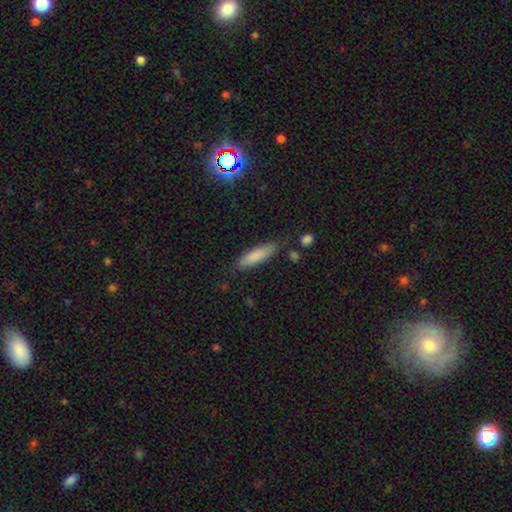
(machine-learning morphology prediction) Overall: smooth (81%). How rounded: cigar-shaped (69%; in between 30%). Merging: none (80%).